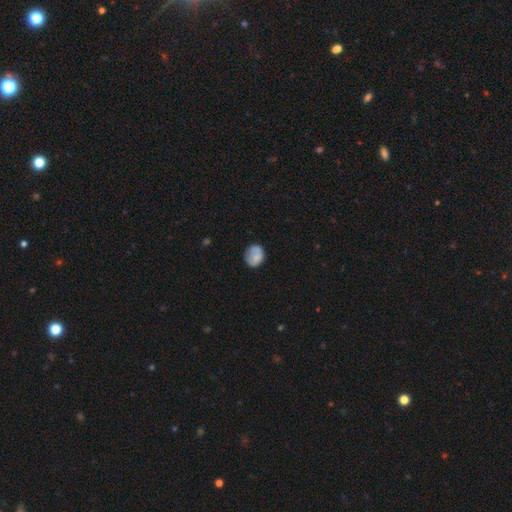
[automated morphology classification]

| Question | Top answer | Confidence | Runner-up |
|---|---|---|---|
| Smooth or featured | smooth | 76% | featured or disk (16%) |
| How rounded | round | 64% | in between (35%) |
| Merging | none | 66% | minor disturbance (25%) |